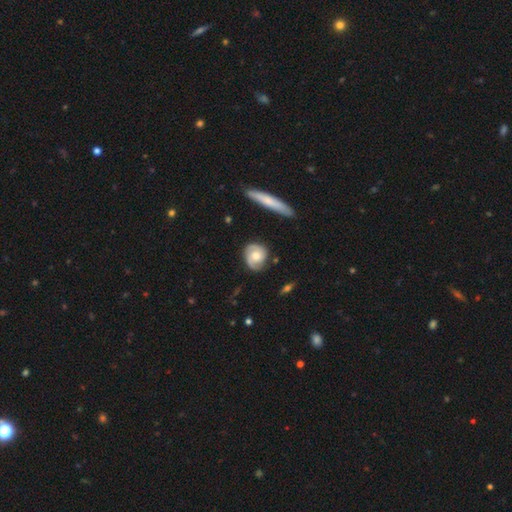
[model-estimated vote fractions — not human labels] Smooth or featured?
  - featured or disk: 67% *
  - smooth: 28%
  - star or artifact: 5%
Edge-on disk?
  - no: 95% *
  - yes: 5%
Bar?
  - no: 69% *
  - weak: 26%
  - strong: 5%
Spiral arms?
  - yes: 92% *
  - no: 8%
Spiral winding?
  - tight: 45% *
  - medium: 41%
  - loose: 14%
Spiral arm count?
  - 2: 78% *
  - can't tell: 9%
  - 1: 7%
  - 3: 3%
  - 4: 1%
  - more than 4: 1%
Bulge size?
  - moderate: 65% *
  - small: 21%
  - large: 10%
  - none: 3%
  - dominant: 1%
Merging?
  - none: 77% *
  - minor disturbance: 16%
  - major disturbance: 5%
  - merger: 2%